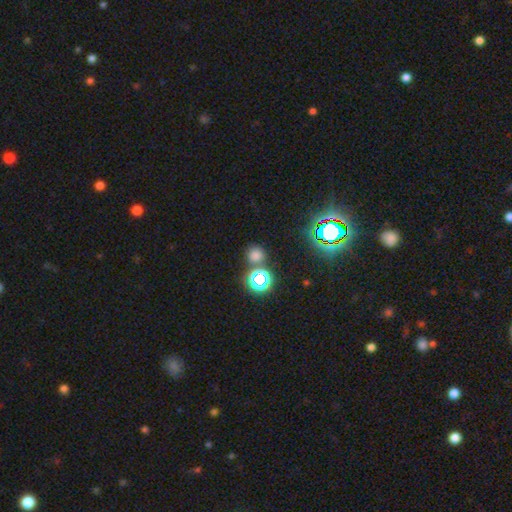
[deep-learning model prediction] Smooth or featured: smooth — 64% (star or artifact — 31%)
How rounded: round — 91% (in between — 8%)
Merging: none — 76% (merger — 13%)